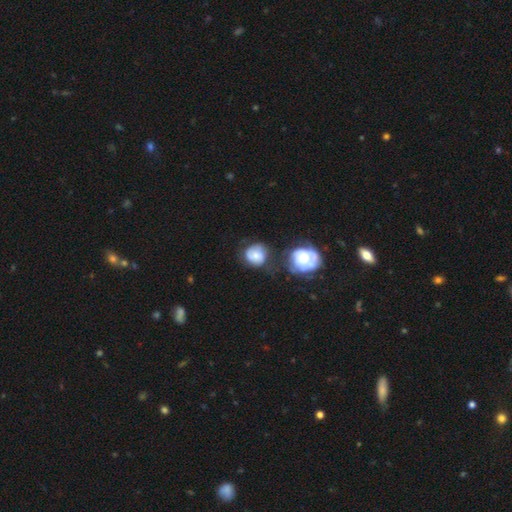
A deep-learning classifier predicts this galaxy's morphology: A smooth galaxy with no disk features (60%) that is round (79%). Merging: none (46%).